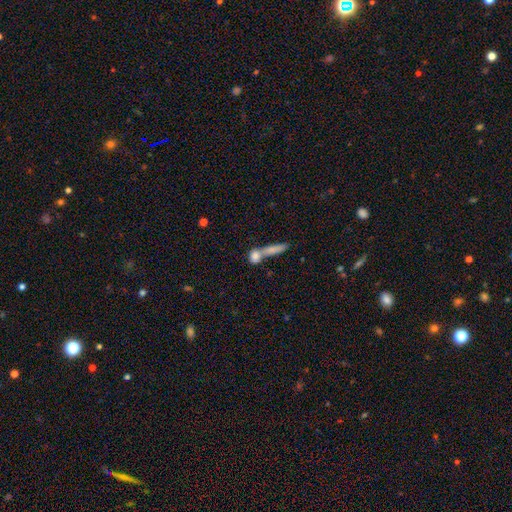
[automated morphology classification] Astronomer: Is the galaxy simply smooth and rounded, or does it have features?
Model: smooth — 77%.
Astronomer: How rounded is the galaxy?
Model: round — 40% (runner-up: in between, 30%).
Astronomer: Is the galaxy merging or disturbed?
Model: merger — 48% (runner-up: none, 38%).